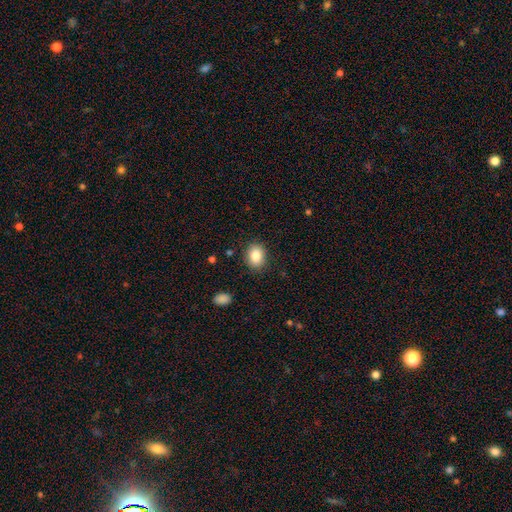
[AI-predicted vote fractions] Smooth or featured? Predicted: smooth (p=0.86). How rounded? Predicted: in between (p=0.59). Merging? Predicted: none (p=0.87).